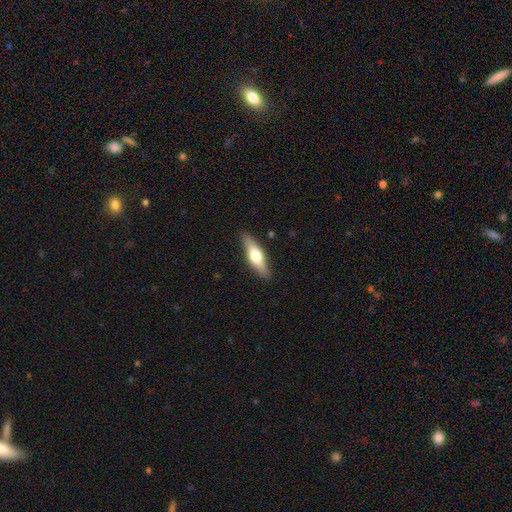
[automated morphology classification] Smooth or featured? featured or disk (51%)
Edge-on disk? yes (93%)
Merging? none (89%)